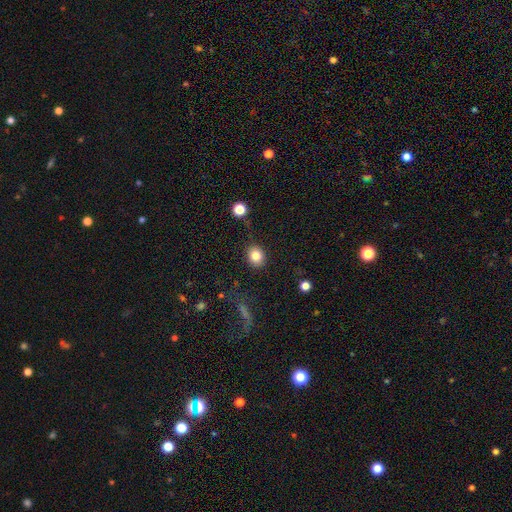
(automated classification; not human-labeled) Smooth or featured: smooth — 83% (star or artifact — 10%)
How rounded: round — 62% (in between — 37%)
Merging: none — 86% (minor disturbance — 9%)